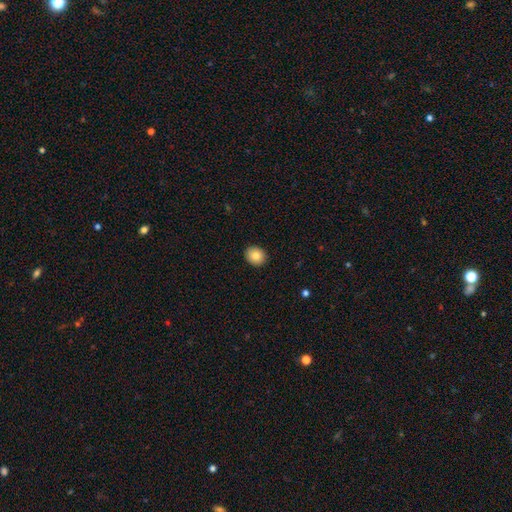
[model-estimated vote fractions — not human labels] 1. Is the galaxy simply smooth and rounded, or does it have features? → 85% smooth, 8% star or artifact, 7% featured or disk.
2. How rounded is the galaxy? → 69% round, 30% in between, 1% cigar-shaped.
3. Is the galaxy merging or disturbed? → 91% none, 6% minor disturbance, 2% major disturbance, 1% merger.